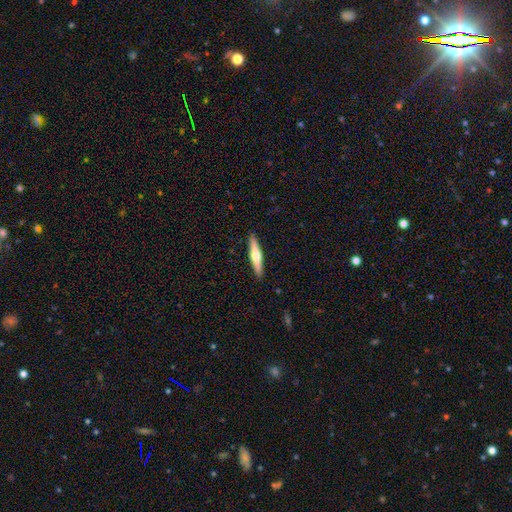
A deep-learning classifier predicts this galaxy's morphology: smooth-or-featured: featured or disk: 56% | smooth: 39% | star or artifact: 5%
  disk-edge-on: yes: 97% | no: 3%
    edge-on-bulge: rounded: 89% | none: 5% | boxy: 5%
  merging: none: 91% | minor disturbance: 6% | major disturbance: 1% | merger: 1%